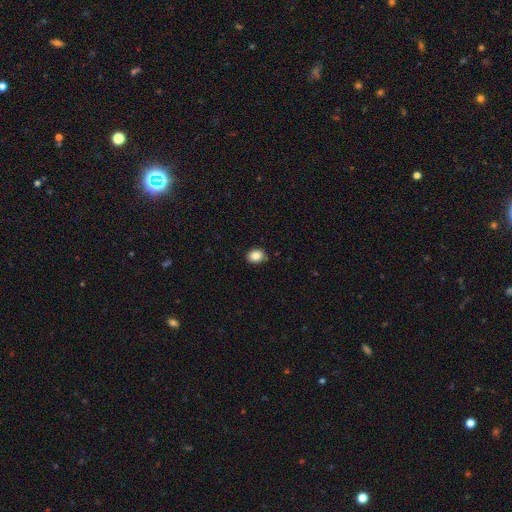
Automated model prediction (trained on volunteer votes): Smooth or featured? Predicted: smooth (p=0.85). How rounded? Predicted: round (p=0.51). Merging? Predicted: none (p=0.88).